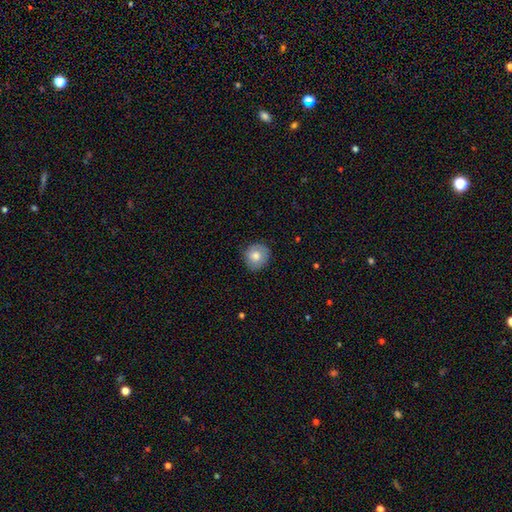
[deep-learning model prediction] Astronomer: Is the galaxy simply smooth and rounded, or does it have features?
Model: smooth — 71%.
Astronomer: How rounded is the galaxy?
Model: round — 86%.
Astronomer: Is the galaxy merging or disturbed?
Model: none — 79%.